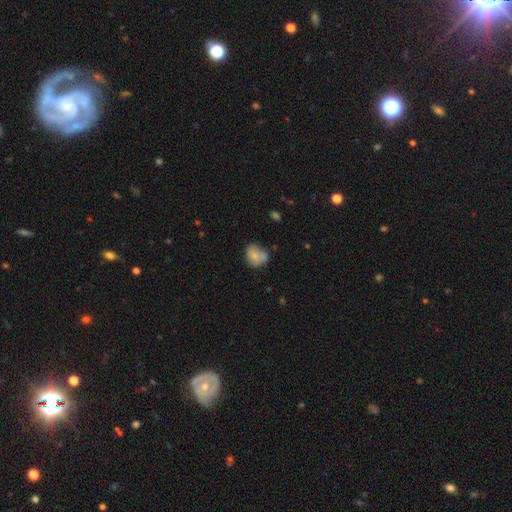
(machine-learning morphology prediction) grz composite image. It shows a smooth galaxy with no disk features (74%) that is round (58%). Merging: none (46%).